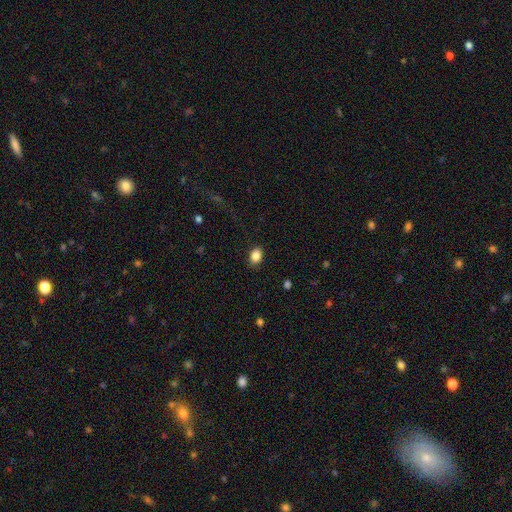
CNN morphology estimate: Q: Smooth or featured?
A: smooth (87%); runner-up: star or artifact (9%)
Q: How rounded?
A: in between (77%); runner-up: round (22%)
Q: Merging?
A: none (86%); runner-up: minor disturbance (10%)